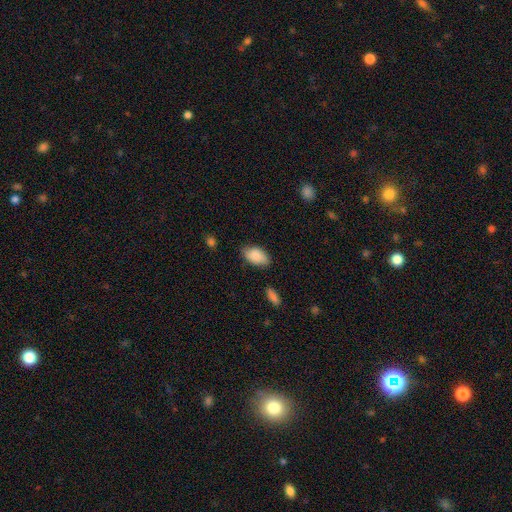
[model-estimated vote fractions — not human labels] Q: Smooth or featured?
A: smooth (88%); runner-up: star or artifact (7%)
Q: How rounded?
A: in between (92%); runner-up: round (6%)
Q: Merging?
A: none (76%); runner-up: minor disturbance (18%)